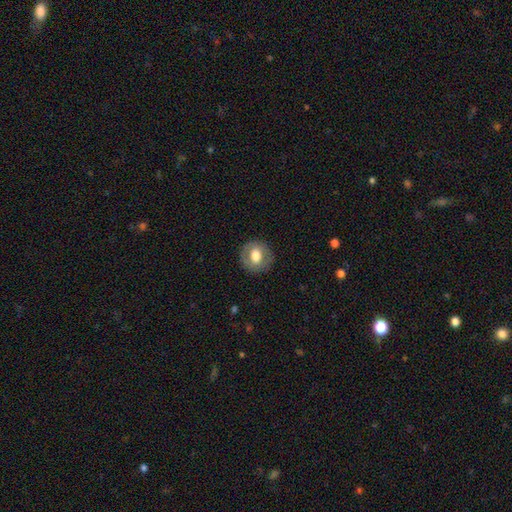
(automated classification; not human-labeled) Morphology: type=smooth (61%); roundness=round (80%); merging=none (86%).